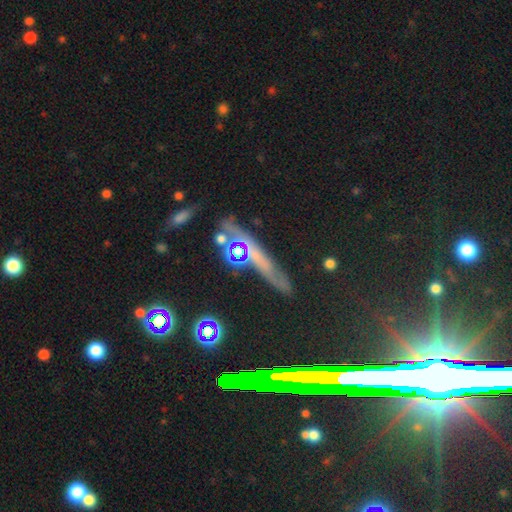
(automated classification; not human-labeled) Q: Smooth or featured?
A: featured or disk (42%); runner-up: smooth (35%)
Q: Merging?
A: none (63%); runner-up: minor disturbance (20%)